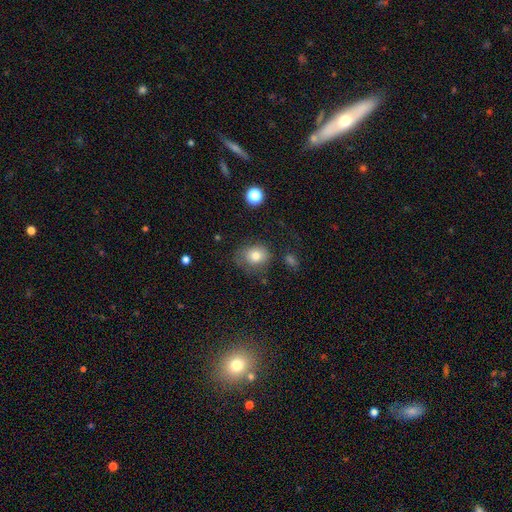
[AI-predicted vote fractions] smooth_or_featured: smooth (p=0.77) [alt: featured or disk p=0.12]
how_rounded: round (p=0.59) [alt: in between p=0.40]
merging: none (p=0.61) [alt: minor disturbance p=0.24]